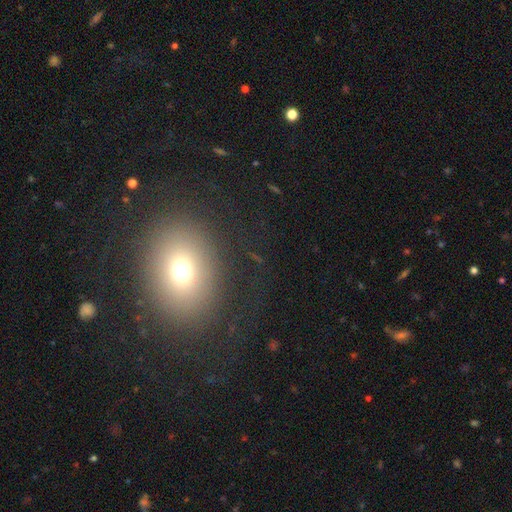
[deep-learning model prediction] Q: Smooth or featured?
A: smooth (65%); runner-up: star or artifact (20%)
Q: How rounded?
A: in between (50%); runner-up: round (49%)
Q: Merging?
A: none (83%); runner-up: minor disturbance (9%)